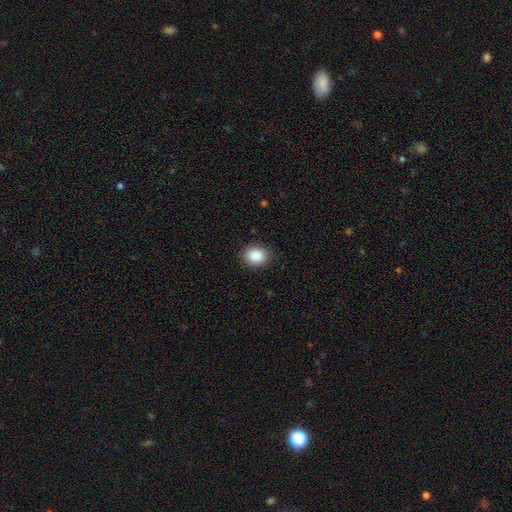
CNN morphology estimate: Overall: smooth (89%). How rounded: round (54%; in between 45%). Merging: none (87%).